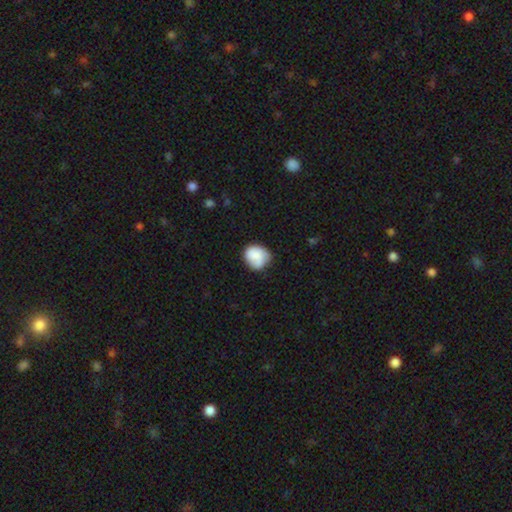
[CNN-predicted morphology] The model was most divided on "merging": none: 60%, minor disturbance: 28%, major disturbance: 9%, merger: 3%. More confident: how rounded — round (72%); smooth or featured — smooth (69%).